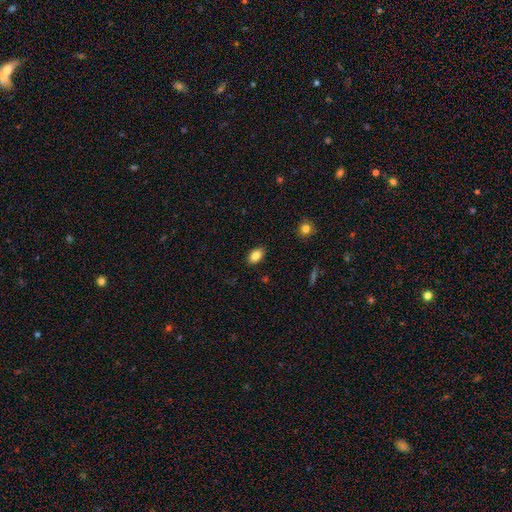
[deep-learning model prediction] The model was most divided on "smooth or featured": smooth: 84%, star or artifact: 8%, featured or disk: 7%. More confident: merging — none (88%); how rounded — in between (87%).